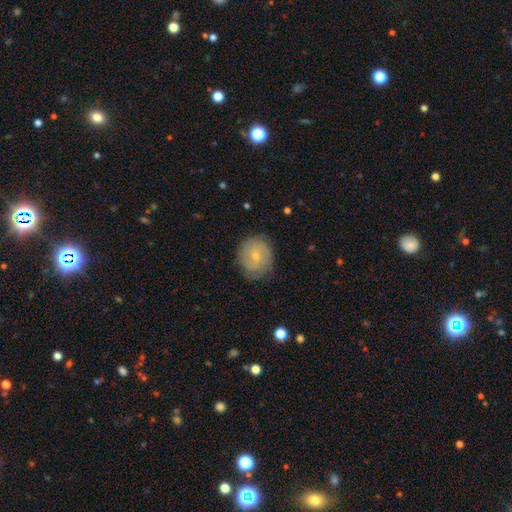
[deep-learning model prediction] The model was most divided on "smooth or featured": featured or disk: 50%, smooth: 43%, star or artifact: 7%. More confident: edge-on disk — no (97%); merging — none (72%).